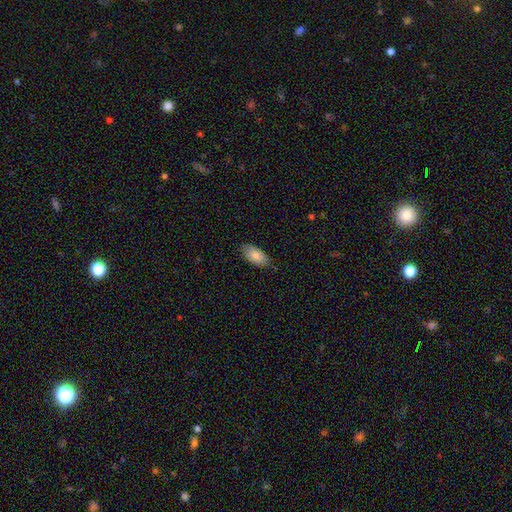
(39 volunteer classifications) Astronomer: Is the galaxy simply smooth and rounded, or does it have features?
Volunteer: smooth — 77%.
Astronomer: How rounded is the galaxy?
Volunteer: in between — 93%.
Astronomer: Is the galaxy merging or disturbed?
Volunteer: none — 87%.